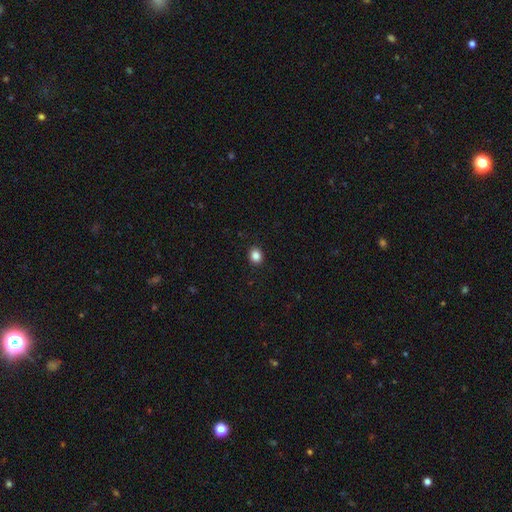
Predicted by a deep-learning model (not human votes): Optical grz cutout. It shows a smooth galaxy with no disk features (86%) that is round (65%). Merging: none (92%).